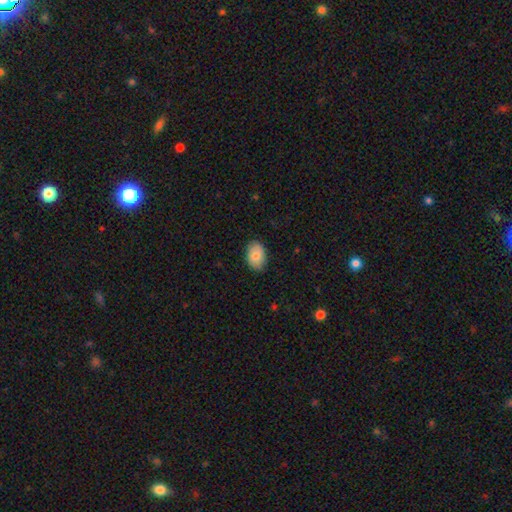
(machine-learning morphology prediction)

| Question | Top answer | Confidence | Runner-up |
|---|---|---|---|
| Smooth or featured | smooth | 80% | featured or disk (13%) |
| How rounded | in between | 86% | round (13%) |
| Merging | none | 84% | minor disturbance (13%) |